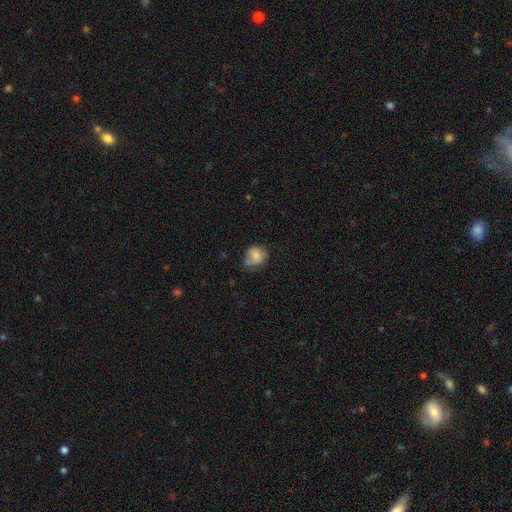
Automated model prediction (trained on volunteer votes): A smooth galaxy with no disk features (70%) that is round (62%). Merging: none (52%).